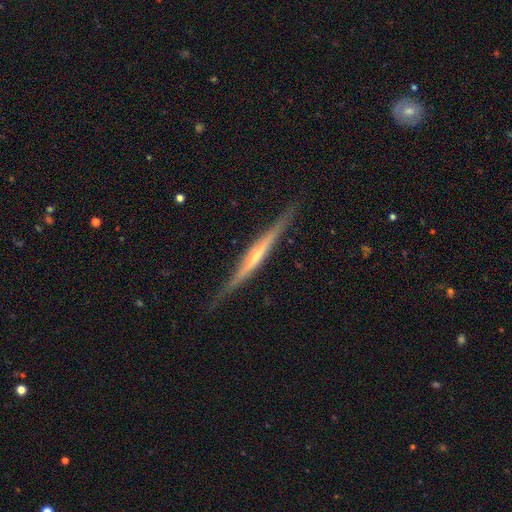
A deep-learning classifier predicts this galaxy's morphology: Smooth or featured? Predicted: featured or disk (p=0.76). Edge-on disk? Predicted: yes (p=0.97). Edge-on bulge? Predicted: rounded (p=0.54). Merging? Predicted: none (p=0.84).